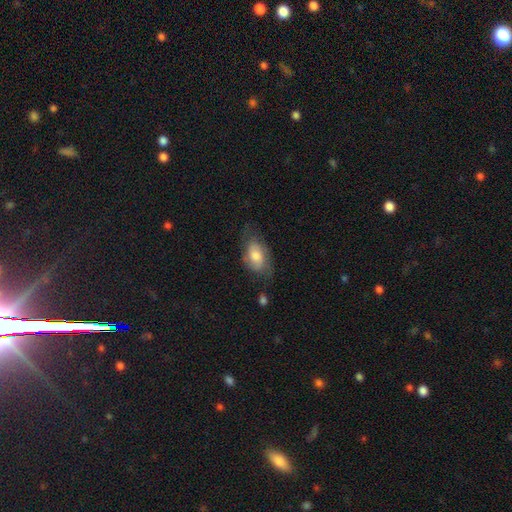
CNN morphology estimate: Overall: smooth (52%; featured or disk 41%). How rounded: in between (88%). Merging: none (55%; minor disturbance 28%).